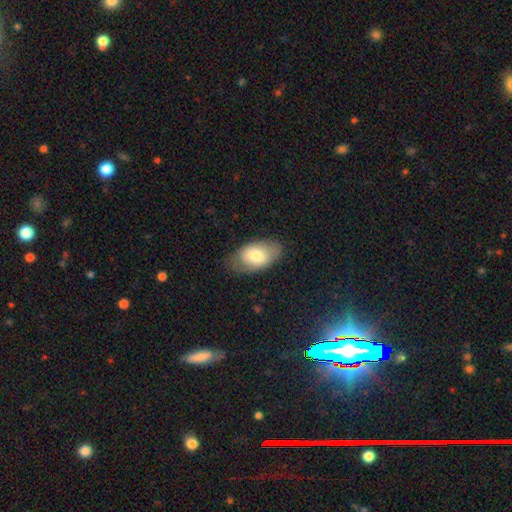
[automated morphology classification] smooth-or-featured: smooth: 71% | featured or disk: 22% | star or artifact: 7%
  how-rounded: in between: 92% | round: 6% | cigar-shaped: 2%
  merging: none: 71% | minor disturbance: 22% | major disturbance: 6% | merger: 1%